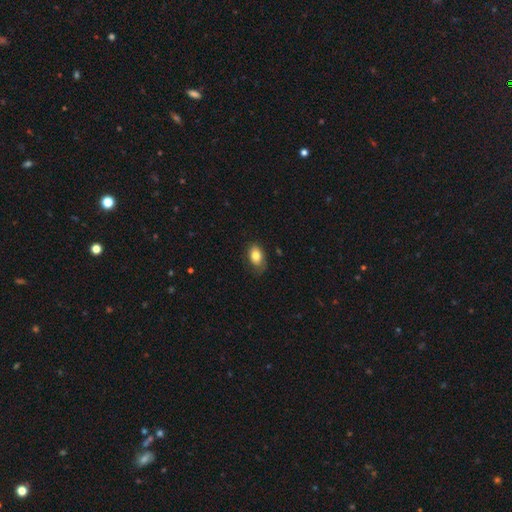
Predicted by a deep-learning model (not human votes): A smooth galaxy with no disk features (82%) that is in between round and cigar-shaped (88%). Merging: none (73%).